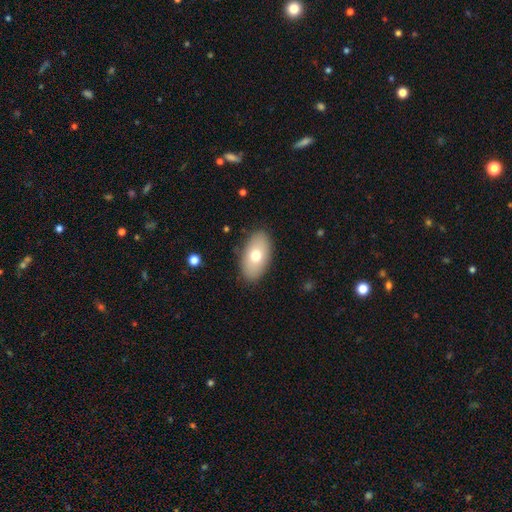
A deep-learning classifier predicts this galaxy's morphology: A smooth galaxy with no disk features (70%) that is in between round and cigar-shaped (93%).

Vote fractions:
- Smooth or featured? smooth: 70% / featured or disk: 23% / star or artifact: 7%
- How rounded? in between: 93% / round: 5% / cigar-shaped: 2%
- Merging? none: 87% / minor disturbance: 10% / major disturbance: 3% / merger: 1%